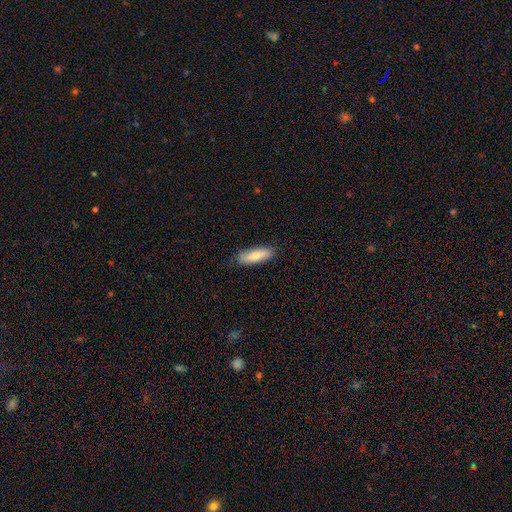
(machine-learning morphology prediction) Smooth or featured: smooth — 73% (featured or disk — 21%)
How rounded: in between — 51% (cigar-shaped — 46%)
Merging: none — 84% (minor disturbance — 13%)